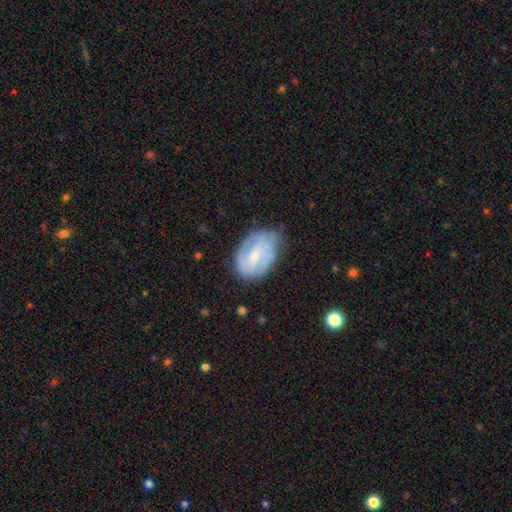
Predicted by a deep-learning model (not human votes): smooth-or-featured: featured or disk: 57% | smooth: 36% | star or artifact: 7%
  disk-edge-on: no: 96% | yes: 4%
    bar: weak: 47% | no: 42% | strong: 11%
    has-spiral-arms: yes: 74% | no: 26%
    bulge-size: small: 58% | moderate: 31% | none: 8% | large: 2% | dominant: 1%
  merging: none: 58% | minor disturbance: 30% | major disturbance: 10% | merger: 2%